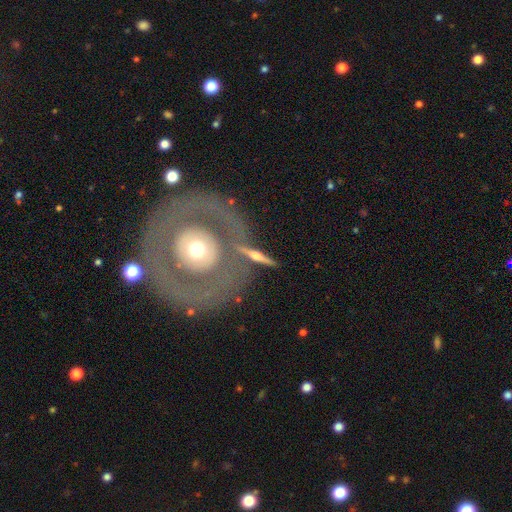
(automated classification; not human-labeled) featured or disk 63%, smooth 31%, star or artifact 6%. Down the decision tree: edge-on disk — yes (59%); merging — none (65%).